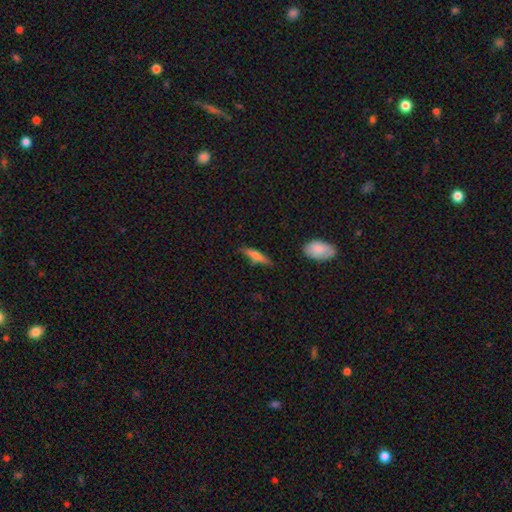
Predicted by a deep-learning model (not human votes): Smooth or featured?
  - smooth: 58% *
  - featured or disk: 35%
  - star or artifact: 7%
How rounded?
  - cigar-shaped: 76% *
  - in between: 21%
  - round: 3%
Merging?
  - none: 76% *
  - minor disturbance: 17%
  - major disturbance: 4%
  - merger: 3%